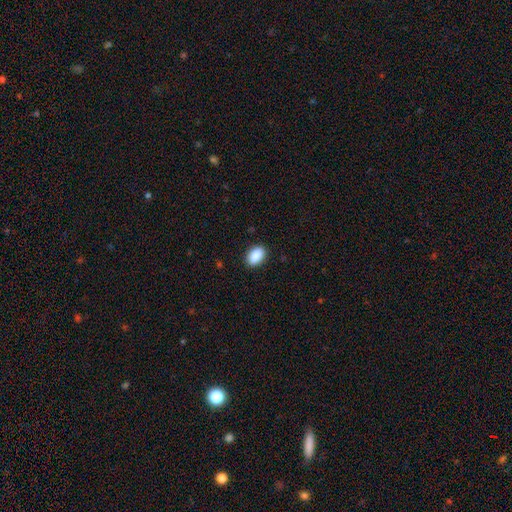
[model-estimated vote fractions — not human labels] smooth 89%, star or artifact 7%, featured or disk 4%. Down the decision tree: how rounded — in between (89%); merging — none (89%).